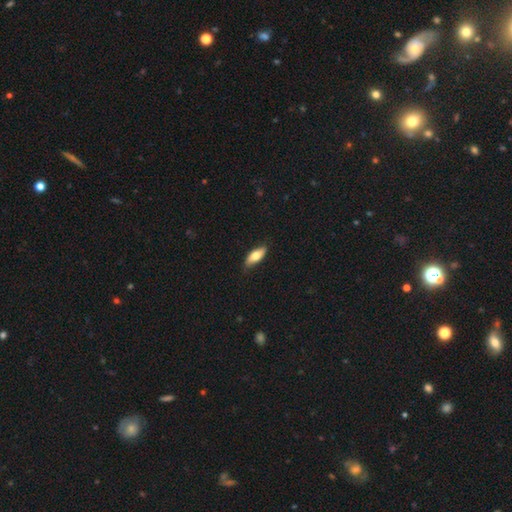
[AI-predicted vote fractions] A smooth galaxy with no disk features (71%) that is in between round and cigar-shaped (73%). Merging: none (80%).